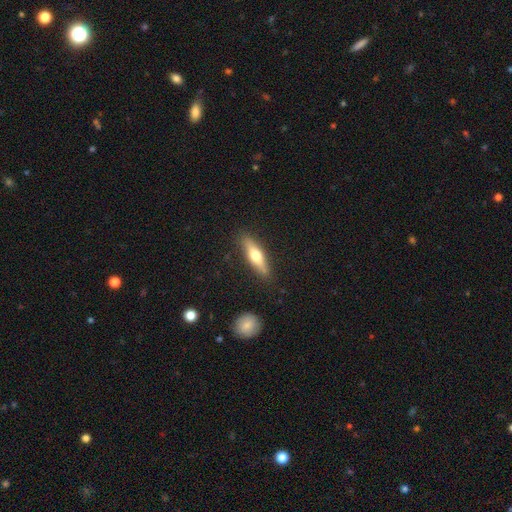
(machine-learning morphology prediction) Overall: smooth (51%; featured or disk 44%). How rounded: cigar-shaped (71%). Merging: none (85%).